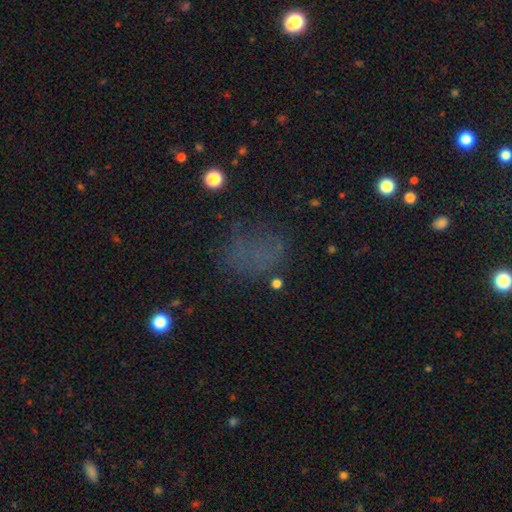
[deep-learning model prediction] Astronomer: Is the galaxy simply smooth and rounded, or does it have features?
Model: smooth — 49% (runner-up: star or artifact, 36%).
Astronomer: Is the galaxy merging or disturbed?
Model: none — 60%.